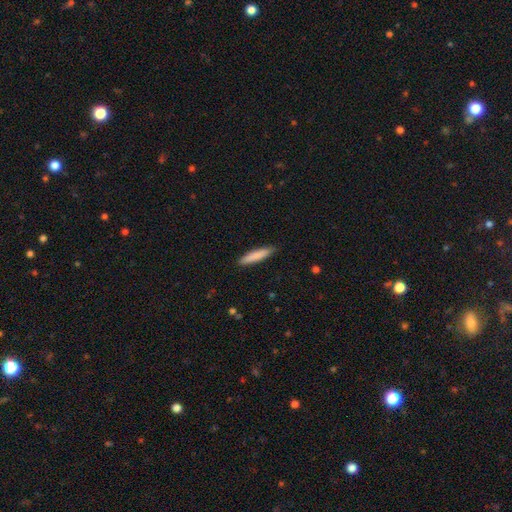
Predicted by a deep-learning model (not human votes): Smooth or featured? Predicted: smooth (p=0.84). How rounded? Predicted: cigar-shaped (p=0.87). Merging? Predicted: none (p=0.89).